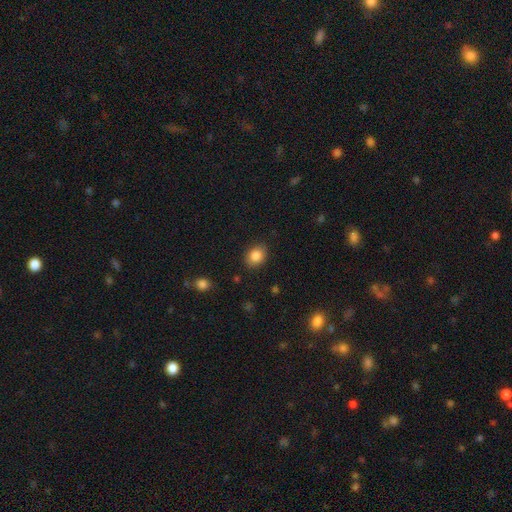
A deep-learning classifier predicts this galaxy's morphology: smooth 85%, star or artifact 9%, featured or disk 6%. Down the decision tree: how rounded — in between (57%); merging — none (84%).